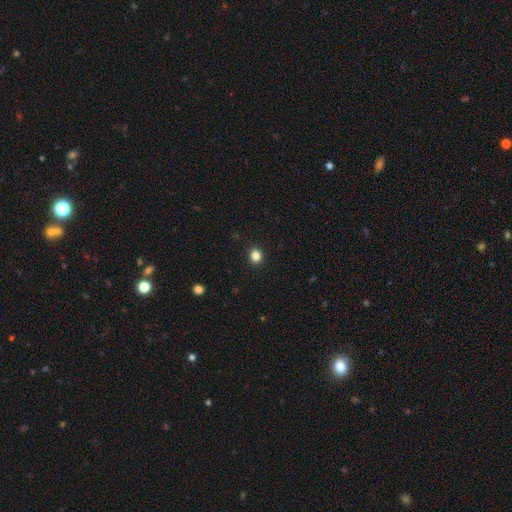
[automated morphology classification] This appears to be a smooth galaxy with no disk features (84%) that is round (75%). Merging: none (91%).